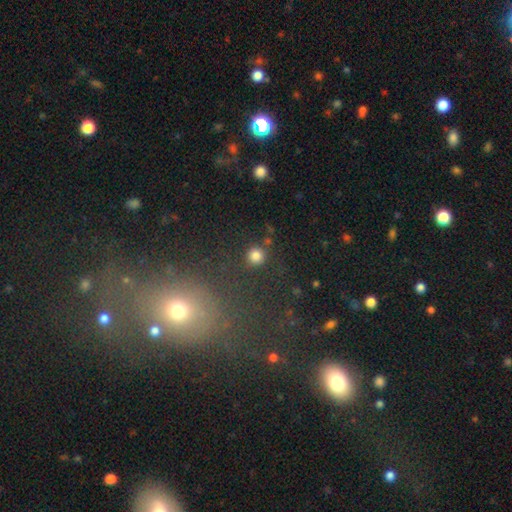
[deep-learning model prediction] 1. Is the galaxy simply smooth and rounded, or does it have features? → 81% smooth, 14% star or artifact, 5% featured or disk.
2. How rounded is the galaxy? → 95% round, 4% in between, 1% cigar-shaped.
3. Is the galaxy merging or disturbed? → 85% none, 7% minor disturbance, 5% merger, 4% major disturbance.